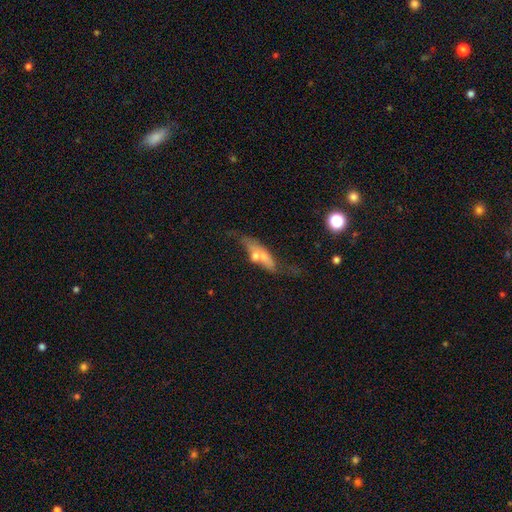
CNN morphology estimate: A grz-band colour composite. It shows a featured or disk galaxy (49%). Merging: none (39%).